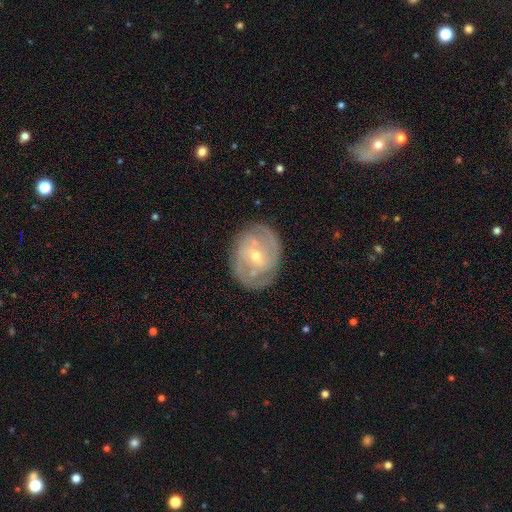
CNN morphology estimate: The model was most divided on "spiral winding": tight: 51%, medium: 38%, loose: 12%. Remaining: edge-on disk — no (97%); spiral arms — yes (88%); merging — none (79%); smooth or featured — featured or disk (78%); spiral arm count — 2 (56%); bulge size — small (56%); bar — weak (48%).